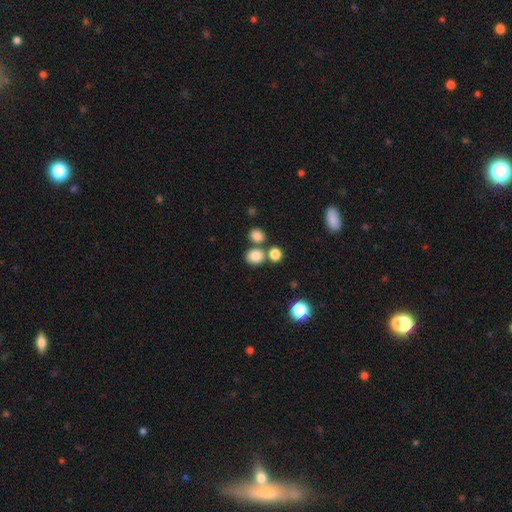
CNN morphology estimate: Smooth or featured? smooth (82%)
How rounded? round (71%)
Merging? none (65%)